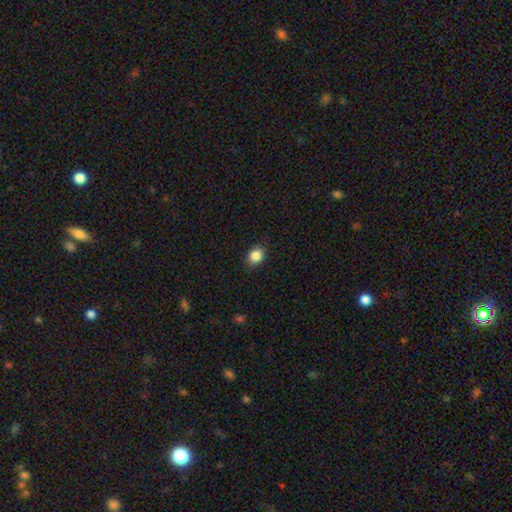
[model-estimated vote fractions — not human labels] smooth-or-featured: smooth: 86% | star or artifact: 9% | featured or disk: 4%
  how-rounded: round: 50% | in between: 49% | cigar-shaped: 1%
  merging: none: 88% | minor disturbance: 9% | major disturbance: 2% | merger: 1%